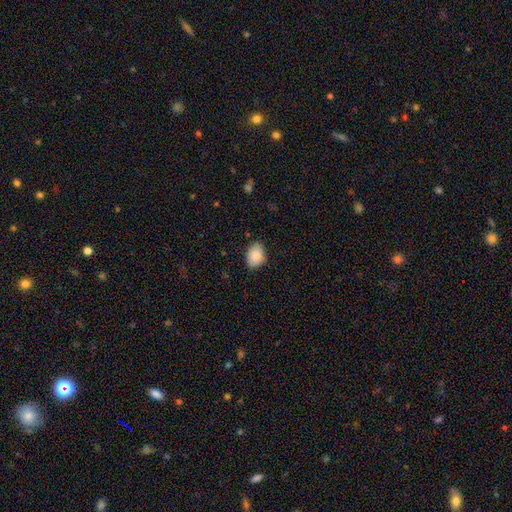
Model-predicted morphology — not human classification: A smooth galaxy with no disk features (87%) that is in between round and cigar-shaped (69%).

Vote fractions:
- Smooth or featured? smooth: 87% / star or artifact: 7% / featured or disk: 6%
- How rounded? in between: 69% / round: 30% / cigar-shaped: 1%
- Merging? none: 79% / minor disturbance: 18% / major disturbance: 3% / merger: 1%